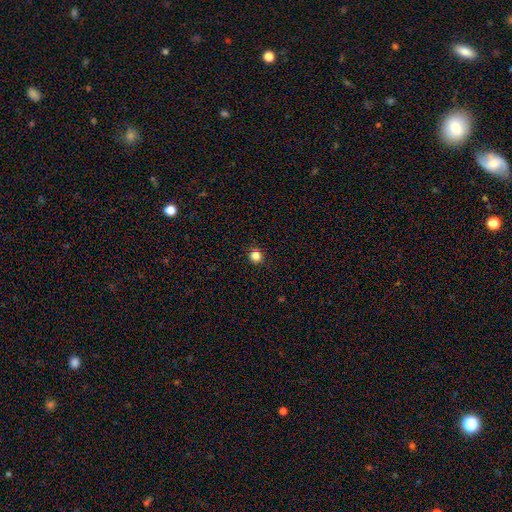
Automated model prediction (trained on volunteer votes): This is clearly a smooth galaxy (83%). How rounded: clearly round (93%). Merging: clearly none (92%).